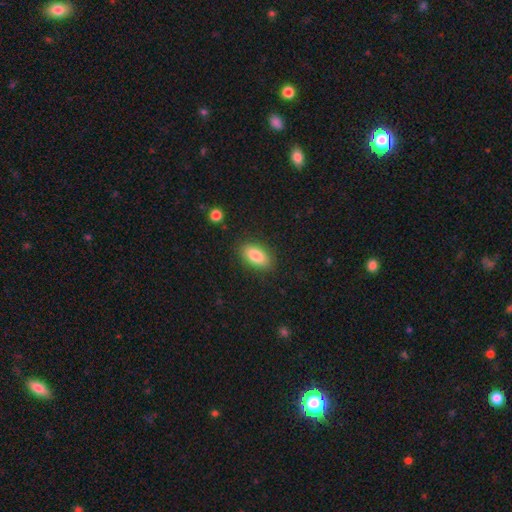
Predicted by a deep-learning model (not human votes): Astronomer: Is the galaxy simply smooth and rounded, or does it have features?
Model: smooth — 84%.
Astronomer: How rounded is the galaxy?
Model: in between — 90%.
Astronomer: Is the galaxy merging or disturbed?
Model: none — 86%.